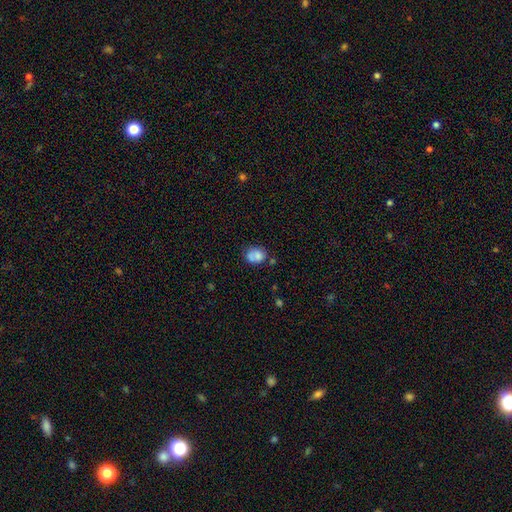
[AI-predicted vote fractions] Smooth or featured? smooth (74%)
How rounded? round (51%)
Merging? none (48%)